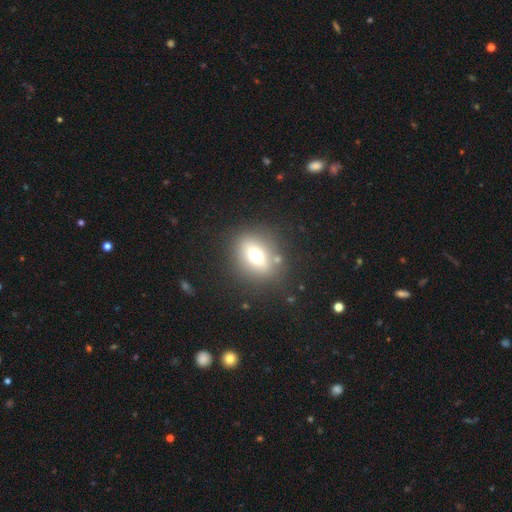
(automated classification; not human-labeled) Smooth or featured?
  - smooth: 62% *
  - featured or disk: 24%
  - star or artifact: 14%
How rounded?
  - round: 53% *
  - in between: 44%
  - cigar-shaped: 3%
Merging?
  - none: 81% *
  - minor disturbance: 10%
  - major disturbance: 5%
  - merger: 4%